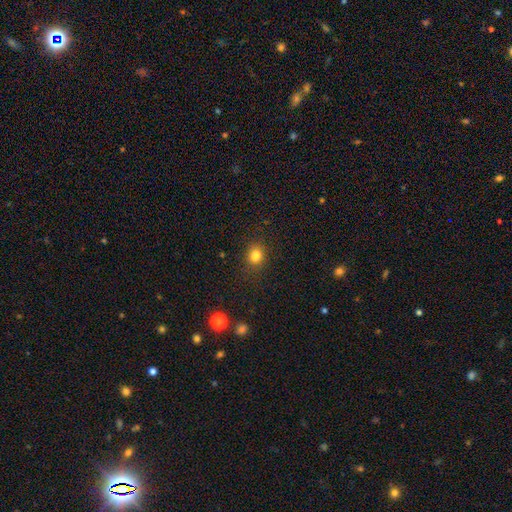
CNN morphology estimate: type=smooth (82%); roundness=round (61%); merging=none (82%).